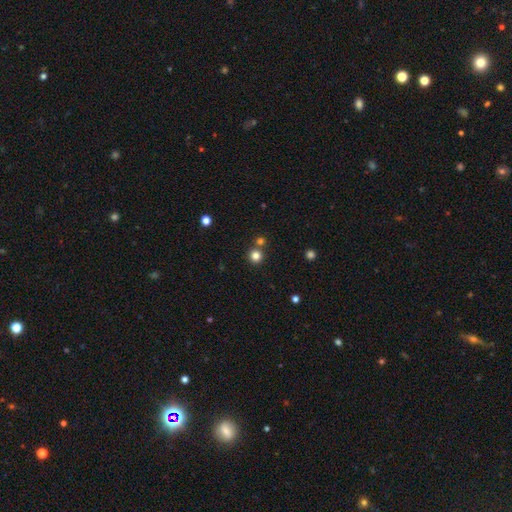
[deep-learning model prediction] Overall: smooth (80%). How rounded: round (95%). Merging: none (76%).